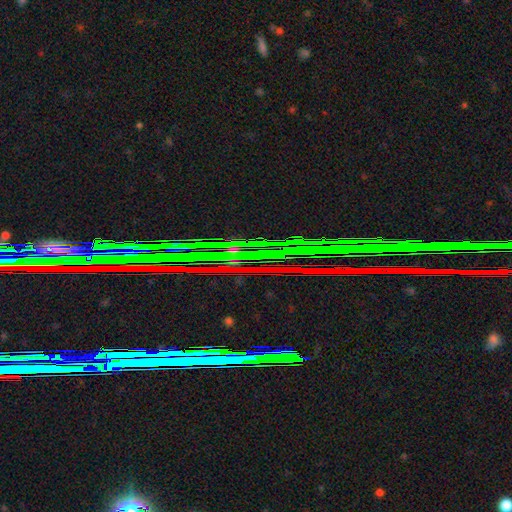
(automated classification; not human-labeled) Smooth or featured? star or artifact (81%)